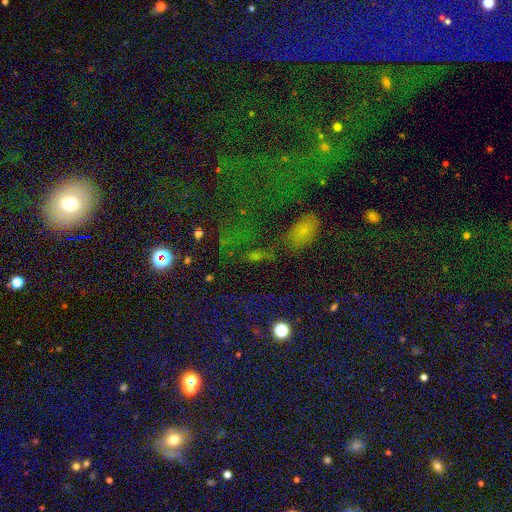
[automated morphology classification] Smooth or featured: star or artifact — 48% (smooth — 34%)